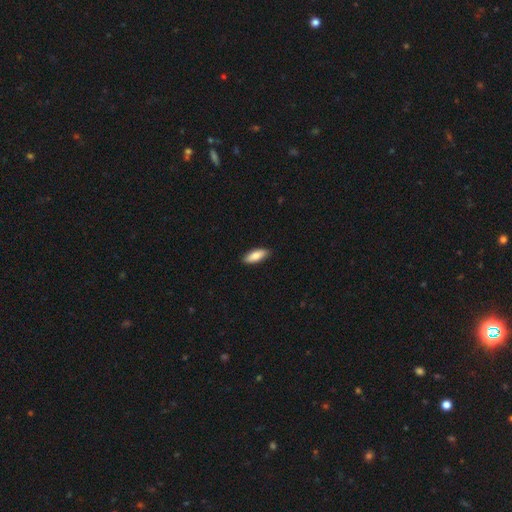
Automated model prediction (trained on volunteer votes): The model was most divided on "how rounded": in between: 72%, cigar-shaped: 26%, round: 2%. More confident: merging — none (89%); smooth or featured — smooth (83%).